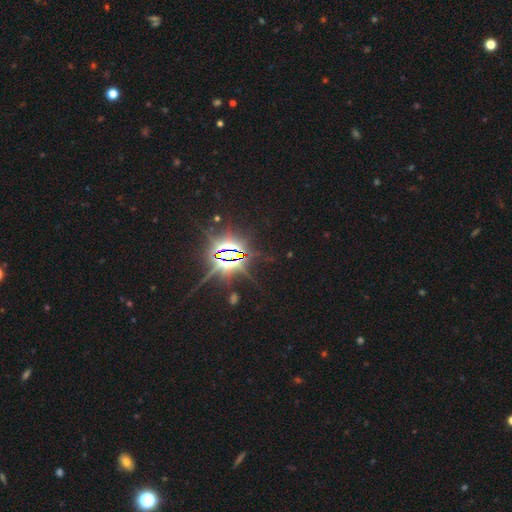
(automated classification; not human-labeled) This is clearly a star or artifact rather than a galaxy (88%).